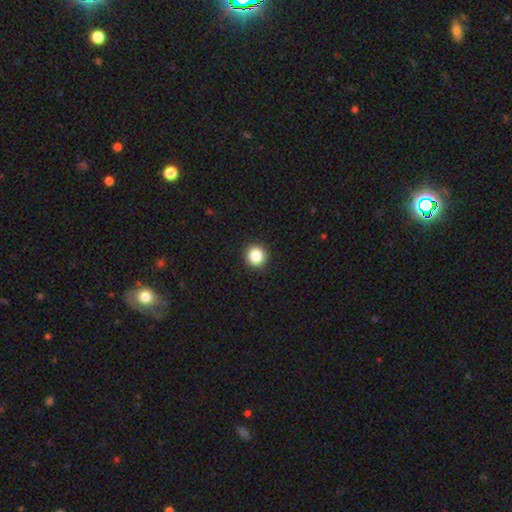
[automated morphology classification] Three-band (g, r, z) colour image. It shows a smooth galaxy with no disk features (86%) that is round (94%). Merging: none (93%).